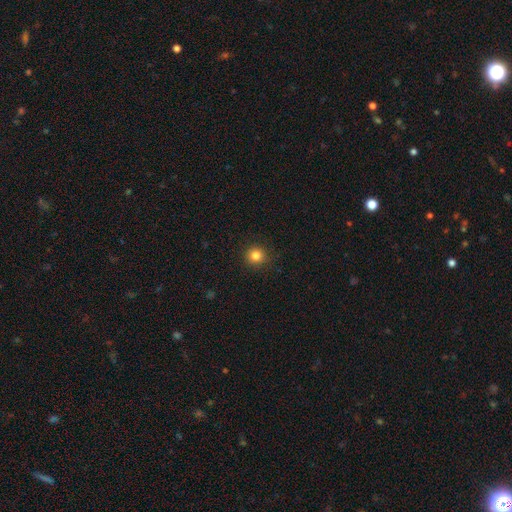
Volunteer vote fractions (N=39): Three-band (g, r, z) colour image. It shows a smooth galaxy with no disk features (85%) that is round (100%). Merging: none (89%).